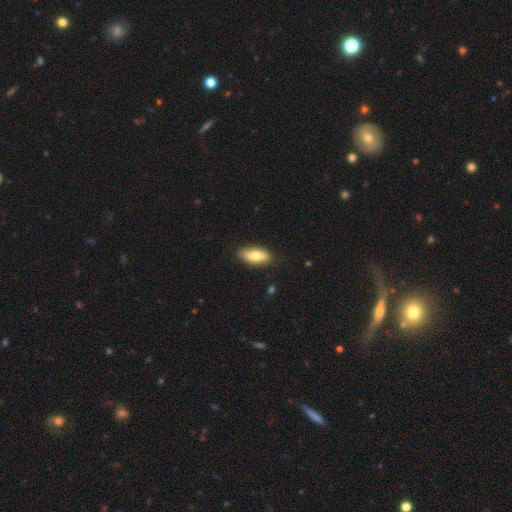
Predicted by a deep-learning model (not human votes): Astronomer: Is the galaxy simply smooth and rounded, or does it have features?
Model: smooth — 71%.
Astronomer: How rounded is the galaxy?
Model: in between — 81%.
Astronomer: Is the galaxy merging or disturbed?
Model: none — 85%.